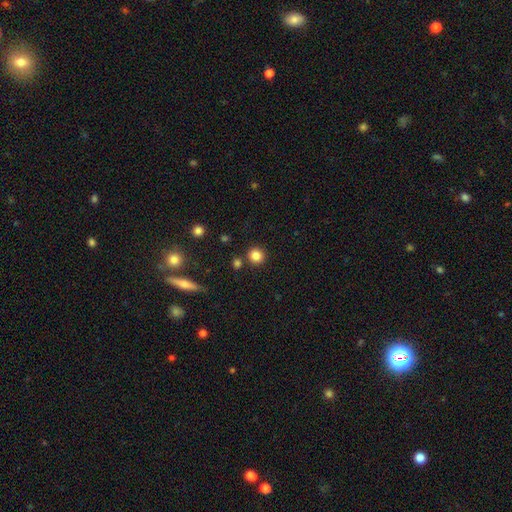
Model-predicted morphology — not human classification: The model was most divided on "smooth or featured": smooth: 84%, star or artifact: 11%, featured or disk: 5%. More confident: how rounded — round (91%); merging — none (84%).